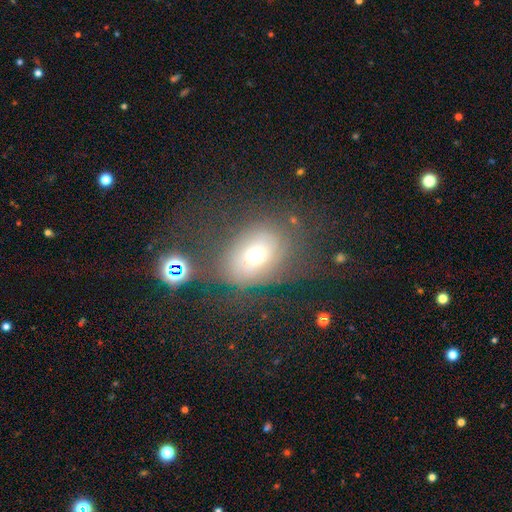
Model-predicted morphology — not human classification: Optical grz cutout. It shows a smooth galaxy with no disk features (54%) that is in between round and cigar-shaped (58%). Merging: none (61%).